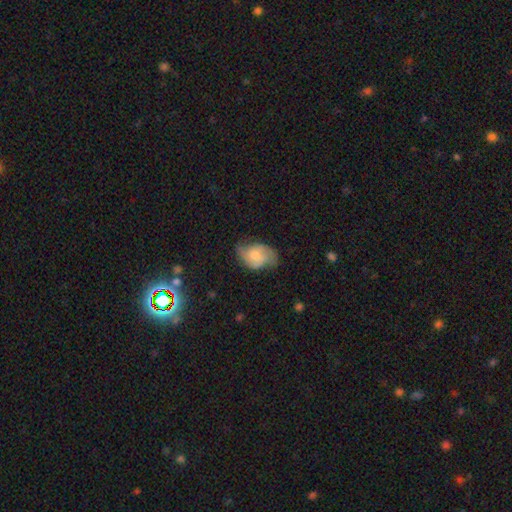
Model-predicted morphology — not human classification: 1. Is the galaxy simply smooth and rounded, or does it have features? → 56% featured or disk, 37% smooth, 7% star or artifact.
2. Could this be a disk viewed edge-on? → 96% no, 4% yes.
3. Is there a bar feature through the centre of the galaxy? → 67% no, 29% weak, 4% strong.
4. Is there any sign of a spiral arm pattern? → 87% yes, 13% no.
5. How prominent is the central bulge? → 49% moderate, 32% small, 9% large, 9% none, 2% dominant.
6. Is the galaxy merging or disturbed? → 54% none, 32% minor disturbance, 13% major disturbance, 2% merger.